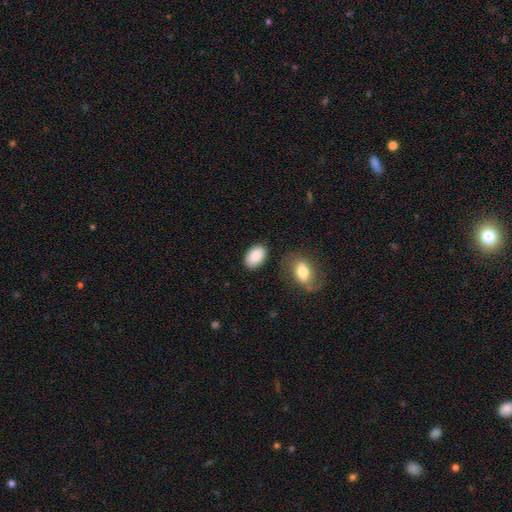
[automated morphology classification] The model was most divided on "merging": none: 80%, minor disturbance: 12%, merger: 5%, major disturbance: 3%. More confident: how rounded — in between (91%); smooth or featured — smooth (86%).